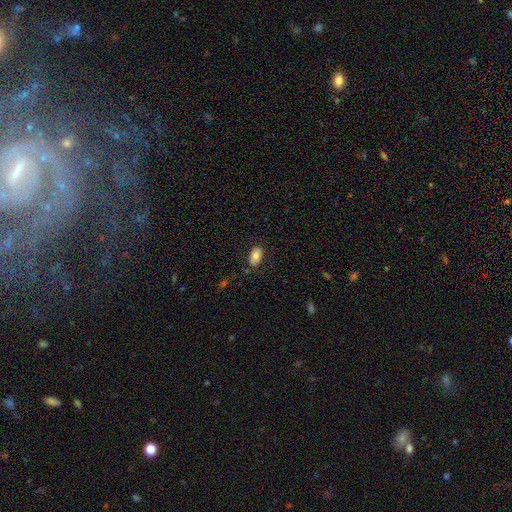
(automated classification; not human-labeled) This appears to be a smooth galaxy with no disk features (78%) that is in between round and cigar-shaped (92%). Merging: none (83%).